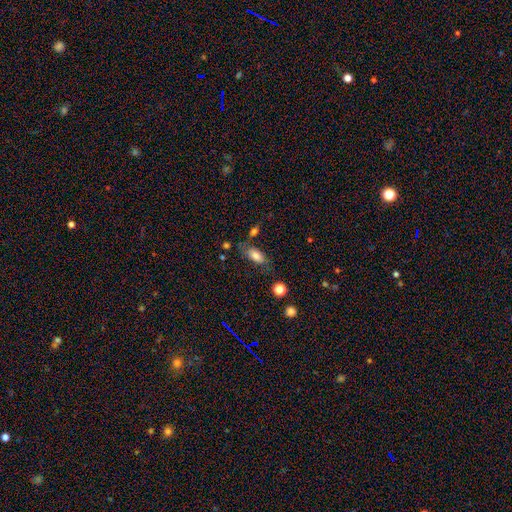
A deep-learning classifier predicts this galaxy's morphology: smooth 79%, featured or disk 12%, star or artifact 9%. Down the decision tree: how rounded — in between (88%); merging — none (66%).